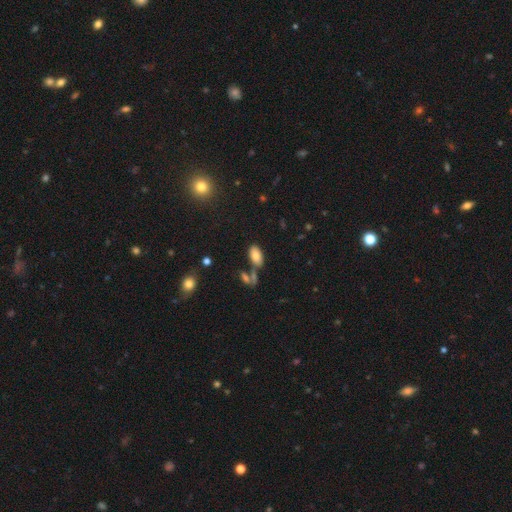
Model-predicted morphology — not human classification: smooth-or-featured: smooth: 81% | star or artifact: 10% | featured or disk: 9%
  how-rounded: in between: 93% | cigar-shaped: 4% | round: 3%
  merging: none: 62% | merger: 20% | minor disturbance: 14% | major disturbance: 5%